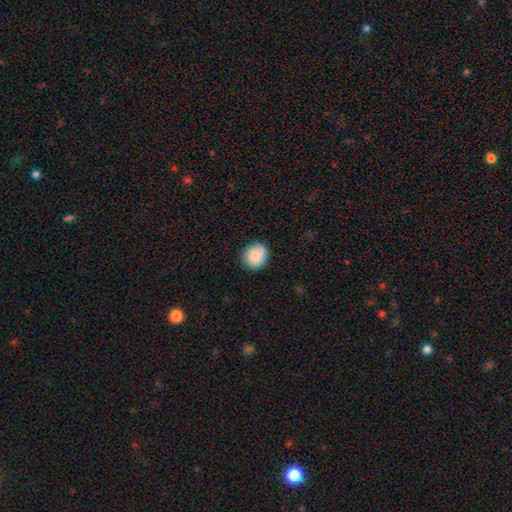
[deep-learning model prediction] smooth-or-featured: smooth: 84% | featured or disk: 8% | star or artifact: 7%
  how-rounded: round: 75% | in between: 24% | cigar-shaped: 1%
  merging: none: 83% | minor disturbance: 13% | major disturbance: 3% | merger: 1%